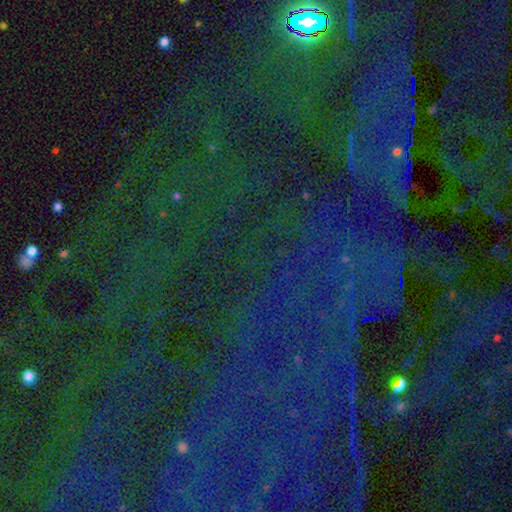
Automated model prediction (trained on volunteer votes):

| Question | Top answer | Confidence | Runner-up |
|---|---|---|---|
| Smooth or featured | star or artifact | 83% | smooth (9%) |